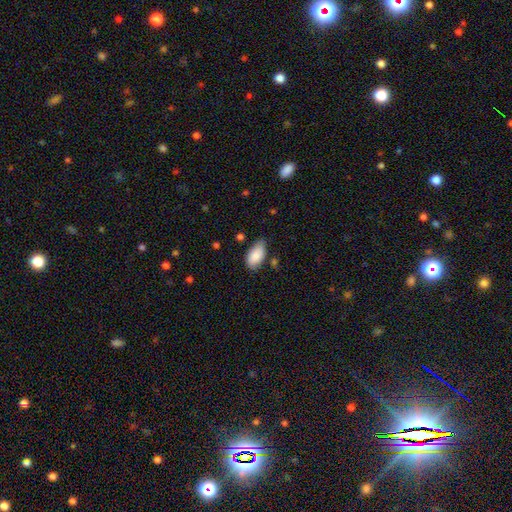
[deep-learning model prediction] Smooth or featured? Predicted: smooth (p=0.87). How rounded? Predicted: in between (p=0.95). Merging? Predicted: none (p=0.69).